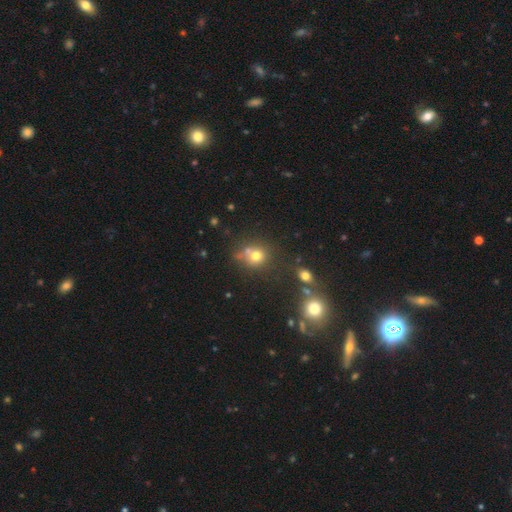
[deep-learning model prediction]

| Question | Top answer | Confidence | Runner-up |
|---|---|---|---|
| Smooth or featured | smooth | 70% | star or artifact (18%) |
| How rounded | round | 80% | in between (19%) |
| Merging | none | 54% | merger (25%) |